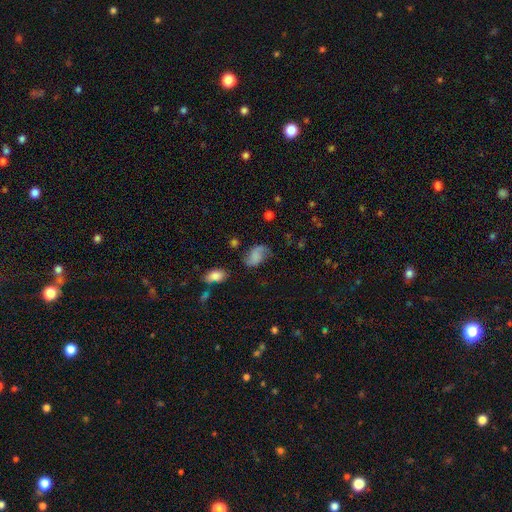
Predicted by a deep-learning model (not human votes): Smooth or featured: smooth — 45% (featured or disk — 44%)
Merging: none — 57% (minor disturbance — 27%)